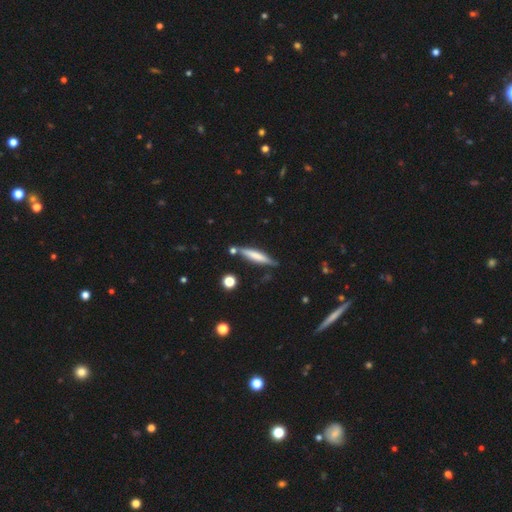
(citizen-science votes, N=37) featured or disk 54%, smooth 46%, star or artifact 0%. Down the decision tree: edge-on disk — yes (95%); edge-on bulge — none (53%); merging — none (81%).